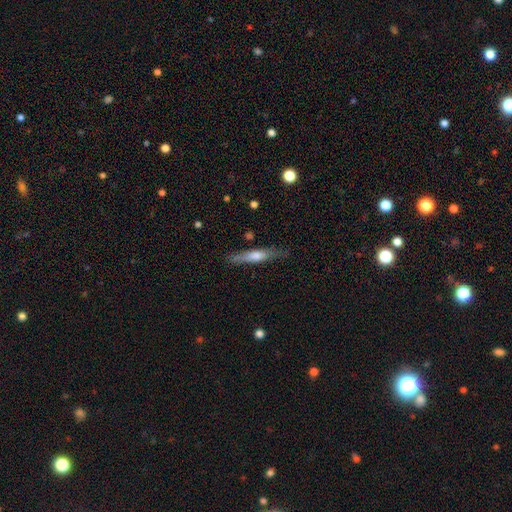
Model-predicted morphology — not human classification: smooth_or_featured: featured or disk (p=0.51) [alt: smooth p=0.42]
disk_edge_on: yes (p=0.92) [alt: no p=0.08]
merging: none (p=0.82) [alt: minor disturbance p=0.13]